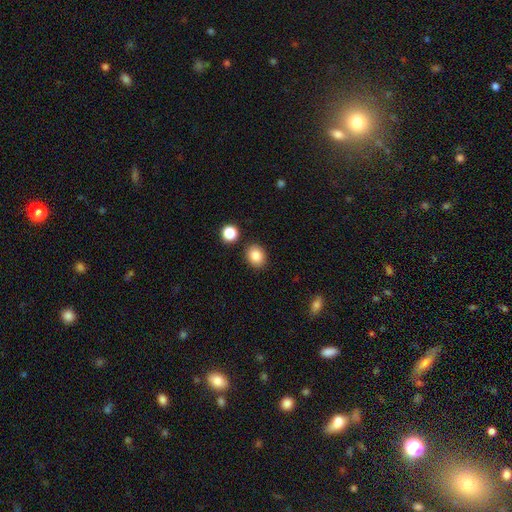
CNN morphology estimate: A smooth galaxy with no disk features (85%) that is round (55%). Merging: none (86%).